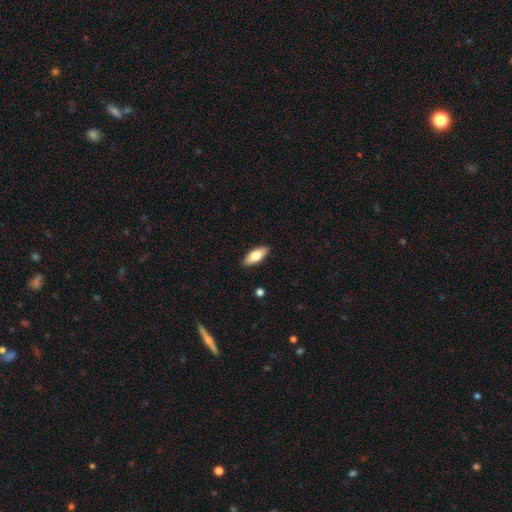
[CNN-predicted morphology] The model was most divided on "smooth or featured": smooth: 74%, featured or disk: 20%, star or artifact: 6%. More confident: merging — none (89%); how rounded — in between (78%).